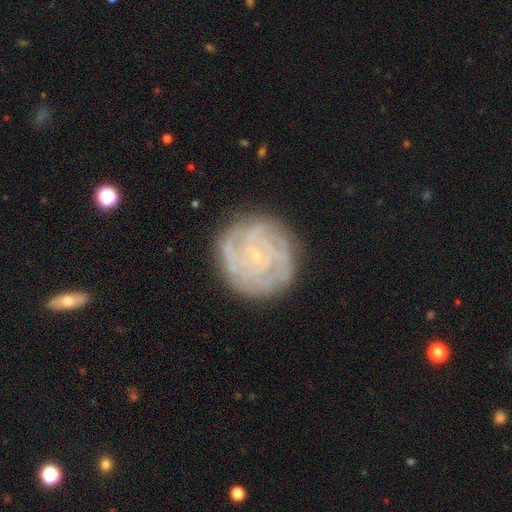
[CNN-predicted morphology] This is likely a featured or disk galaxy (78%). It is clearly not viewed edge-on (98%). Bar: likely no (73%). Spiral arm pattern: clearly yes (93%). Spiral arm count: marginally can't tell (35%). Spiral winding: likely tight (76%). Central bulge: clearly small (85%). Merging: clearly none (82%).